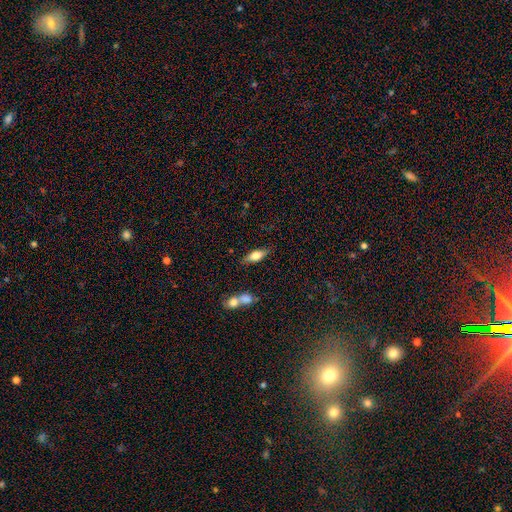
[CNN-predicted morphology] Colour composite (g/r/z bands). It shows a smooth galaxy with no disk features (62%) that is in between round and cigar-shaped (68%). Merging: none (76%).